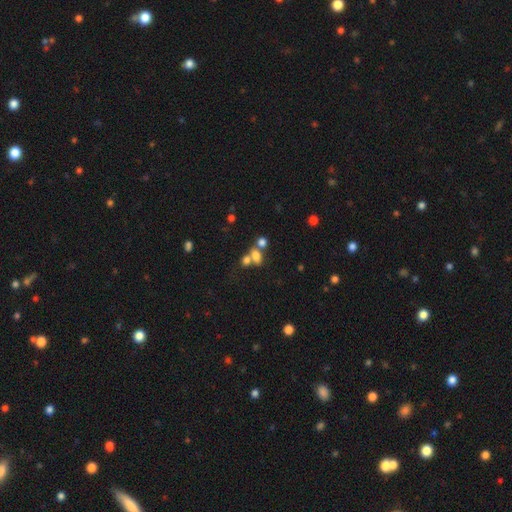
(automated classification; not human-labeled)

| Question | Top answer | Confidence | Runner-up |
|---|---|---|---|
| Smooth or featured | smooth | 71% | star or artifact (16%) |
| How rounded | in between | 71% | round (25%) |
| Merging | merger | 48% | none (35%) |